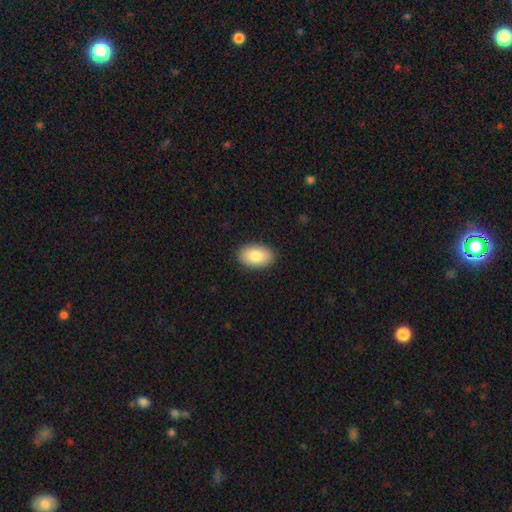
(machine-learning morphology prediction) This appears to be a smooth galaxy with no disk features (85%) that is in between round and cigar-shaped (93%). Merging: none (89%).